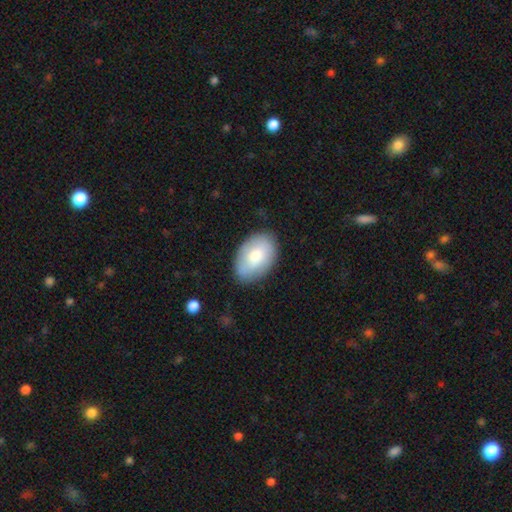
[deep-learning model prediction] smooth 71%, featured or disk 23%, star or artifact 6%. Down the decision tree: how rounded — in between (90%); merging — none (80%).